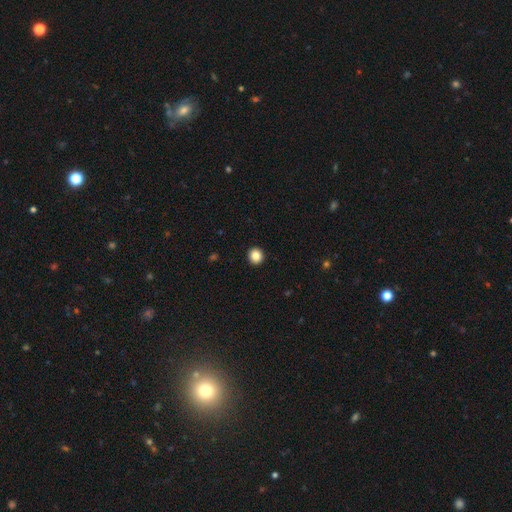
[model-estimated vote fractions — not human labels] A smooth galaxy with no disk features (86%) that is round (90%). Merging: none (94%).